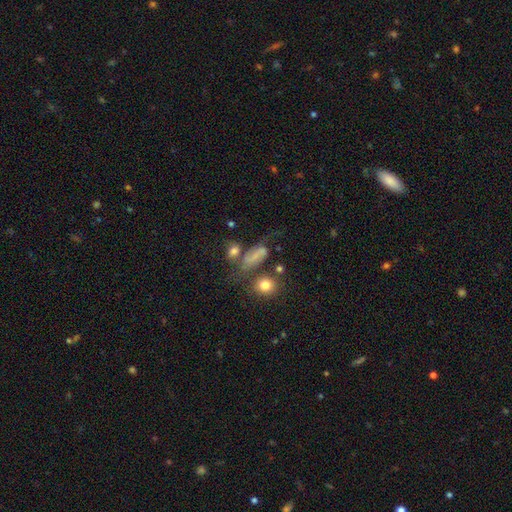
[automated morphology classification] This is possibly a smooth galaxy (52%). How rounded: likely in between (68%). Merging: marginally none (36%).